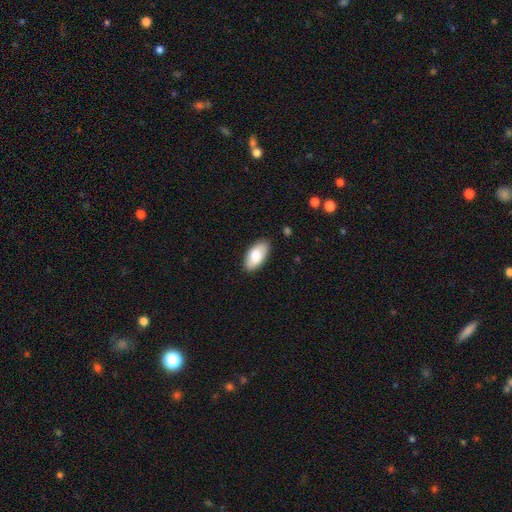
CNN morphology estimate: This appears to be a smooth galaxy with no disk features (80%) that is in between round and cigar-shaped (94%). Merging: none (87%).